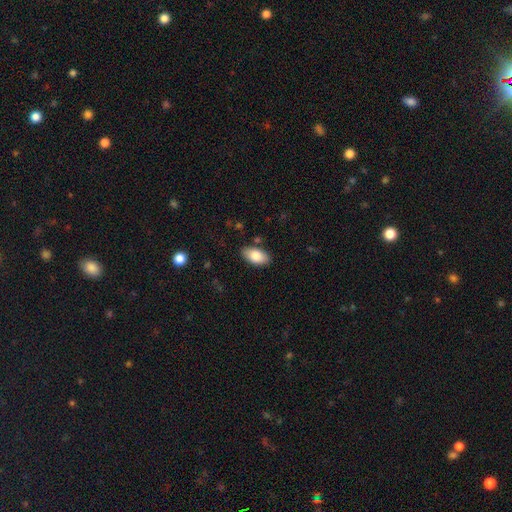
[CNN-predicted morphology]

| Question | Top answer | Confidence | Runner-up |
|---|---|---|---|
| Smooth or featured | smooth | 82% | featured or disk (11%) |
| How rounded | in between | 94% | round (4%) |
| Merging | none | 85% | minor disturbance (11%) |